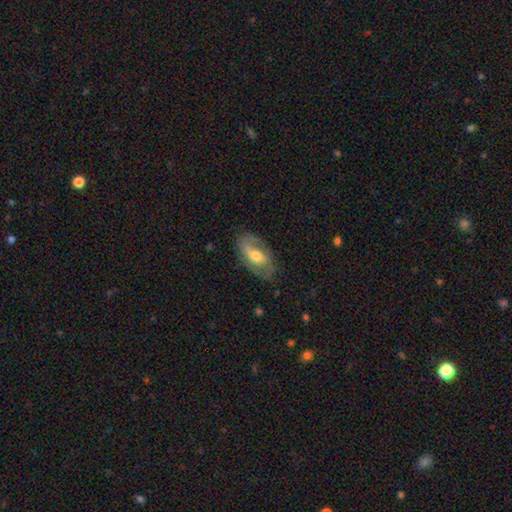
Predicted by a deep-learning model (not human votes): smooth-or-featured: featured or disk: 68% | smooth: 26% | star or artifact: 6%
  disk-edge-on: no: 93% | yes: 7%
    bar: no: 42% | weak: 37% | strong: 21%
    has-spiral-arms: yes: 79% | no: 21%
      spiral-winding: medium: 45% | tight: 28% | loose: 27%
      spiral-arm-count: 2: 76% | can't tell: 12% | 1: 9% | 3: 1% | 4: 1% | more than 4: 1%
    bulge-size: moderate: 62% | small: 29% | large: 7% | none: 1% | dominant: 1%
  merging: none: 73% | minor disturbance: 18% | major disturbance: 8% | merger: 1%